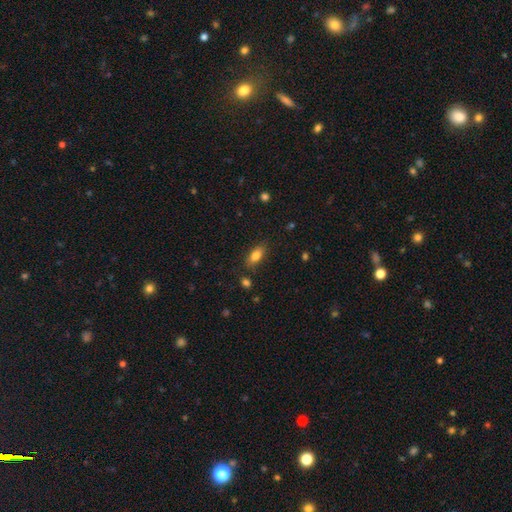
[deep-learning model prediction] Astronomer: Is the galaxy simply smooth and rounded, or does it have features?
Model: smooth — 81%.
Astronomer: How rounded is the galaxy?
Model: in between — 86%.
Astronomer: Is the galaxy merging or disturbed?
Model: none — 81%.